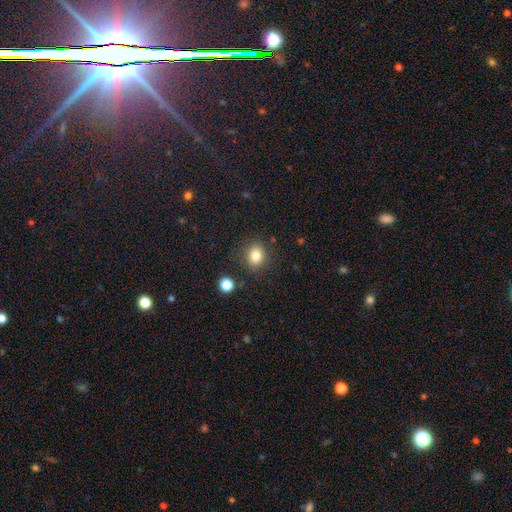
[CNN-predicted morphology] A smooth galaxy with no disk features (82%) that is round (60%). Merging: none (84%).